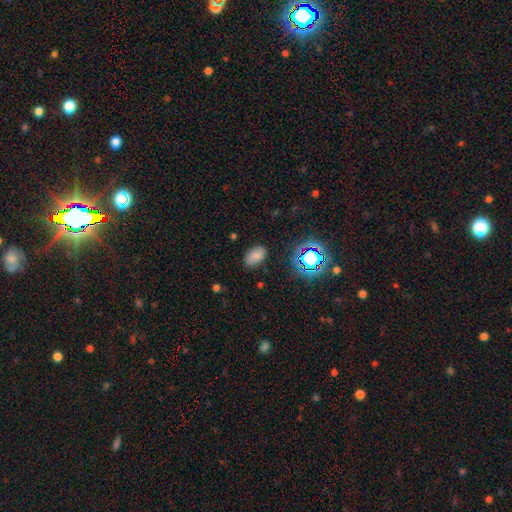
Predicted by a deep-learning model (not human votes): A smooth galaxy with no disk features (73%) that is in between round and cigar-shaped (90%). Merging: none (78%).